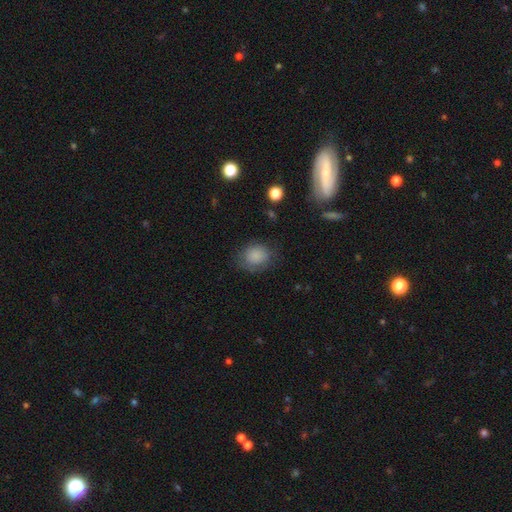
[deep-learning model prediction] A smooth galaxy with no disk features (85%) that is round (69%).

Vote fractions:
- Smooth or featured? smooth: 85% / star or artifact: 8% / featured or disk: 7%
- How rounded? round: 69% / in between: 30% / cigar-shaped: 1%
- Merging? none: 73% / minor disturbance: 18% / major disturbance: 7% / merger: 1%